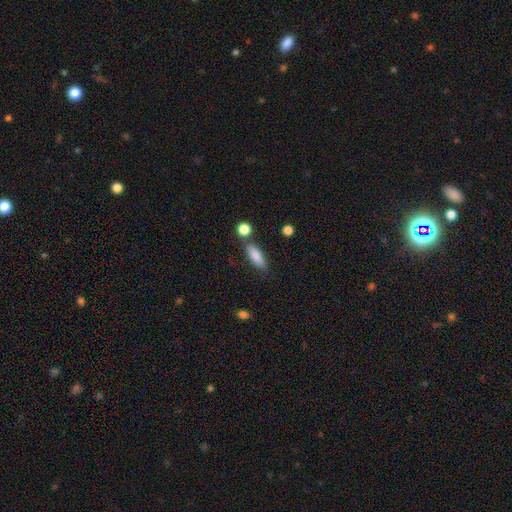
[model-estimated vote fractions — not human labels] Smooth or featured?
  - smooth: 84% *
  - featured or disk: 9%
  - star or artifact: 7%
How rounded?
  - in between: 65% *
  - cigar-shaped: 32%
  - round: 3%
Merging?
  - none: 71% *
  - minor disturbance: 14%
  - merger: 11%
  - major disturbance: 4%